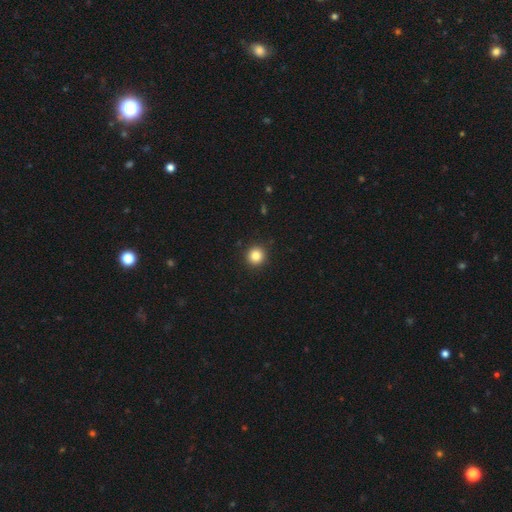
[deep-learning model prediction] Smooth or featured? smooth (85%)
How rounded? round (94%)
Merging? none (92%)